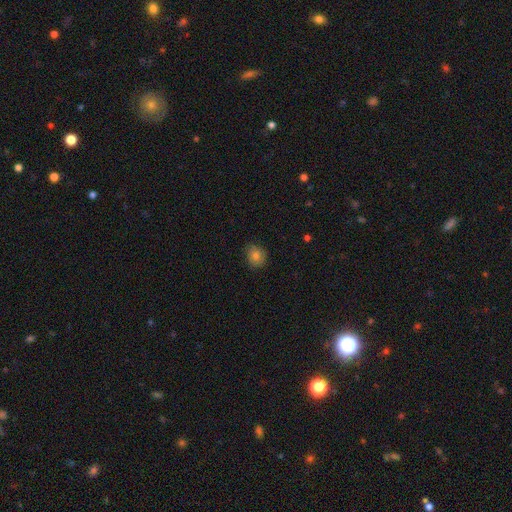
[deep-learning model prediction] A smooth galaxy with no disk features (79%) that is round (71%). Merging: none (77%).